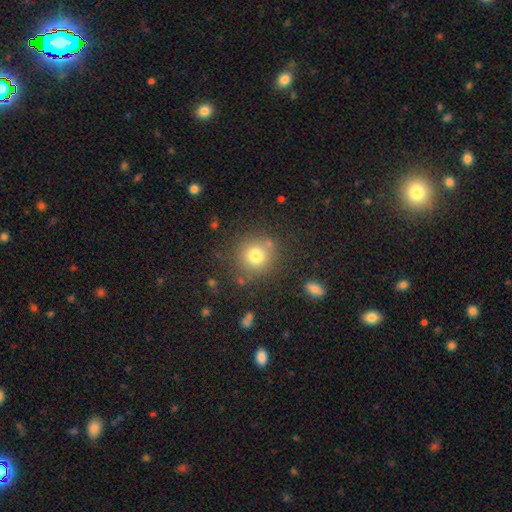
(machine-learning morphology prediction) Smooth or featured?
  - smooth: 76% *
  - star or artifact: 13%
  - featured or disk: 11%
How rounded?
  - round: 92% *
  - in between: 7%
  - cigar-shaped: 1%
Merging?
  - none: 79% *
  - minor disturbance: 10%
  - merger: 6%
  - major disturbance: 4%